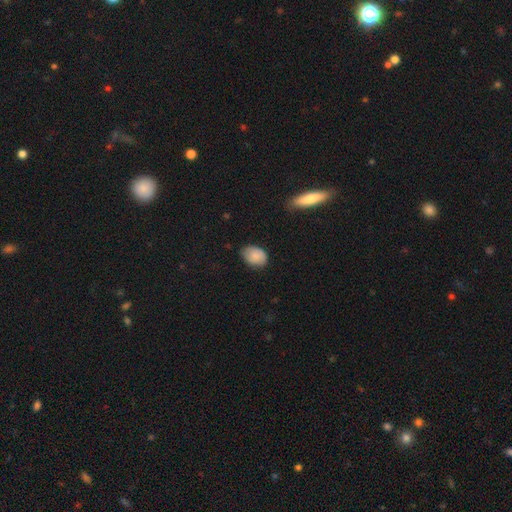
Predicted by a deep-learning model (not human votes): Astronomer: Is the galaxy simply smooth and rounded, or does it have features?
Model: smooth — 83%.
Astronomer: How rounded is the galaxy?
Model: in between — 77%.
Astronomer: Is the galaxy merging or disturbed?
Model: none — 72%.